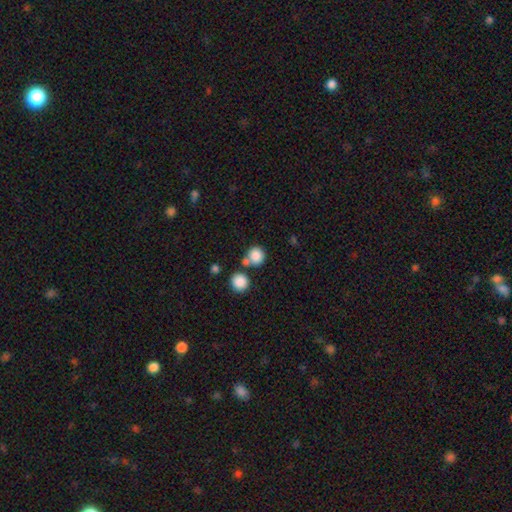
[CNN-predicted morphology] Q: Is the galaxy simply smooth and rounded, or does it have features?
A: smooth — 84%.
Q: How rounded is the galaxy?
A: round — 88%.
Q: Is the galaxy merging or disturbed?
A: none — 59%.